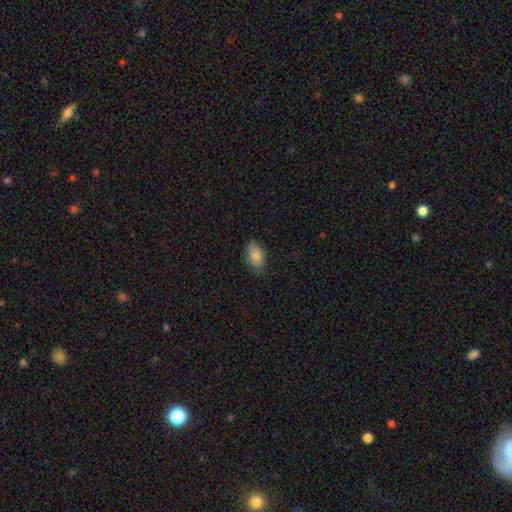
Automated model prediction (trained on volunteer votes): Smooth or featured? Predicted: smooth (p=0.88). How rounded? Predicted: in between (p=0.91). Merging? Predicted: none (p=0.84).